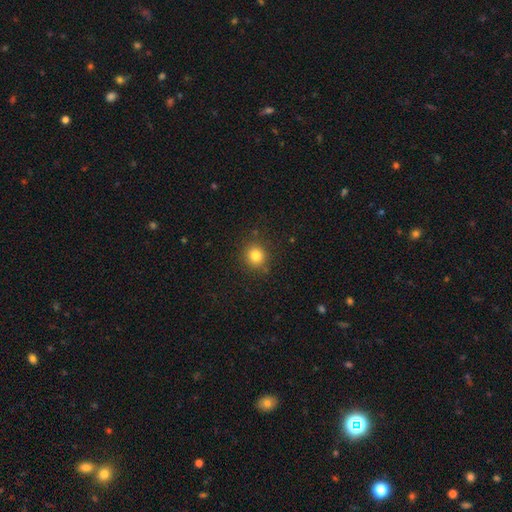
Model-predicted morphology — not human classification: Smooth or featured? smooth (81%)
How rounded? round (90%)
Merging? none (87%)